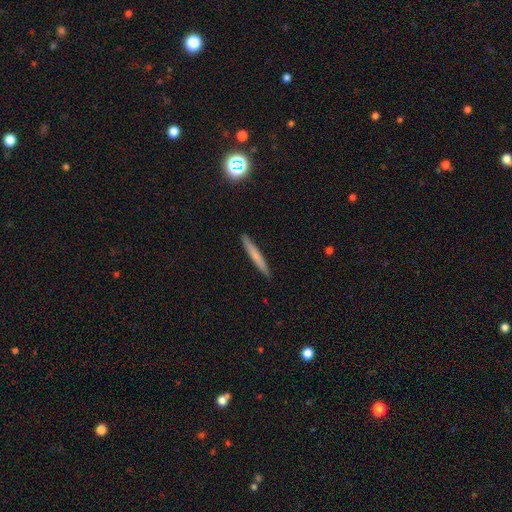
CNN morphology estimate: Smooth or featured?
  - smooth: 66% *
  - featured or disk: 27%
  - star or artifact: 7%
How rounded?
  - cigar-shaped: 96% *
  - in between: 3%
  - round: 1%
Merging?
  - none: 91% *
  - minor disturbance: 7%
  - major disturbance: 1%
  - merger: 1%